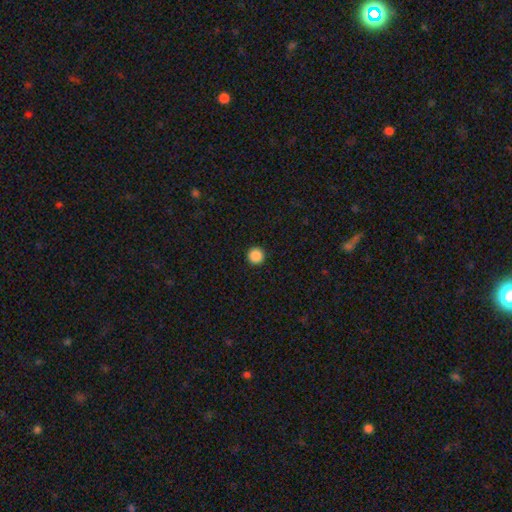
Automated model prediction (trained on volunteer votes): Morphology: type=smooth (88%); roundness=round (97%); merging=none (94%).